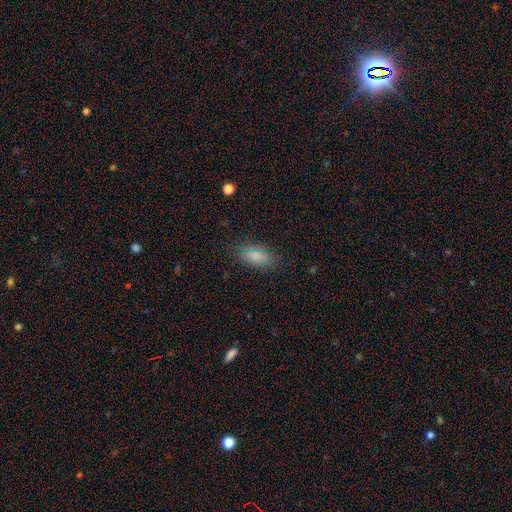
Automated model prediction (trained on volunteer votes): This is clearly a smooth galaxy (82%). How rounded: clearly in between (87%). Merging: clearly none (82%).